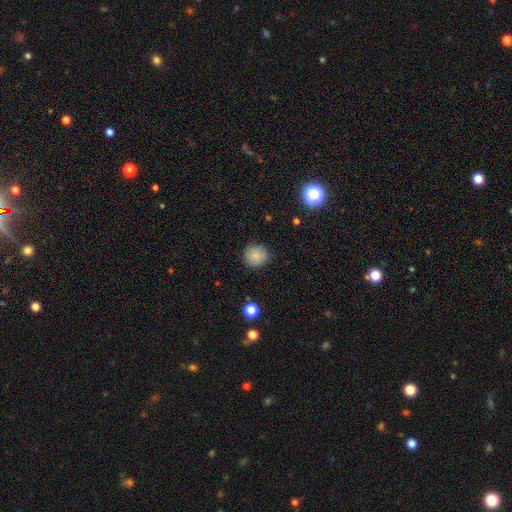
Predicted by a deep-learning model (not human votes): A smooth galaxy with no disk features (83%) that is round (93%). Merging: none (86%).